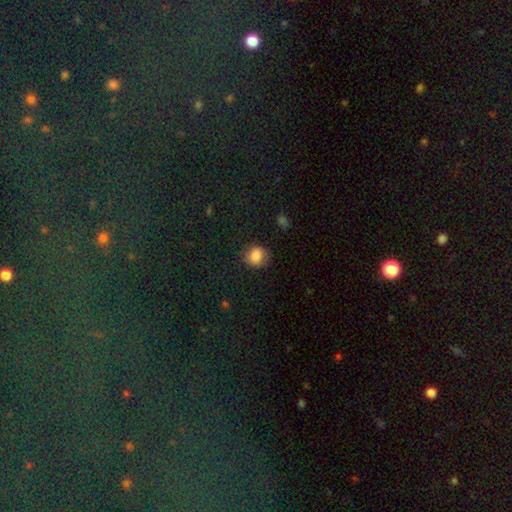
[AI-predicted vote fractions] A smooth galaxy with no disk features (84%) that is round (70%).

Vote fractions:
- Smooth or featured? smooth: 84% / star or artifact: 9% / featured or disk: 7%
- How rounded? round: 70% / in between: 29% / cigar-shaped: 1%
- Merging? none: 75% / minor disturbance: 18% / major disturbance: 6% / merger: 1%